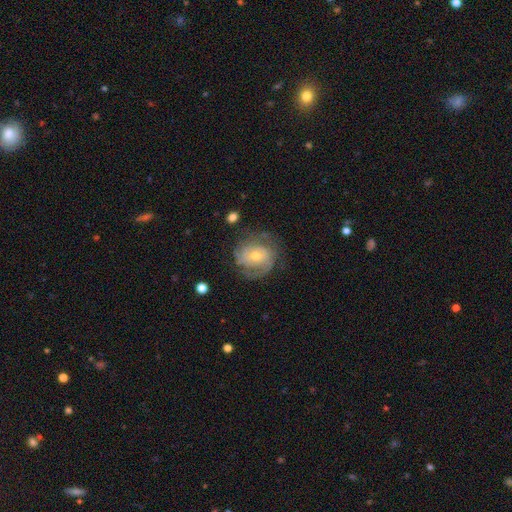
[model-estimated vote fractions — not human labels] Q: Smooth or featured?
A: featured or disk (75%); runner-up: smooth (18%)
Q: Edge-on disk?
A: no (97%); runner-up: yes (3%)
Q: Bar?
A: no (68%); runner-up: weak (27%)
Q: Spiral arms?
A: yes (87%); runner-up: no (13%)
Q: Spiral winding?
A: tight (56%); runner-up: medium (32%)
Q: Spiral arm count?
A: can't tell (35%); tied with: 2 (35%)
Q: Bulge size?
A: moderate (53%); runner-up: small (42%)
Q: Merging?
A: none (64%); runner-up: minor disturbance (21%)